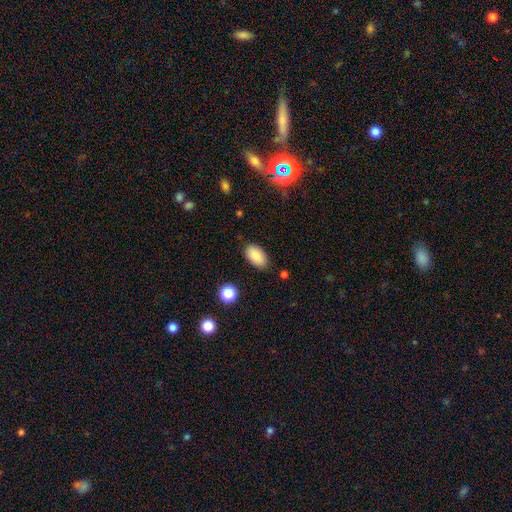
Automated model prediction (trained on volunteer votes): Morphology: type=smooth (87%); roundness=in between (94%); merging=none (84%).